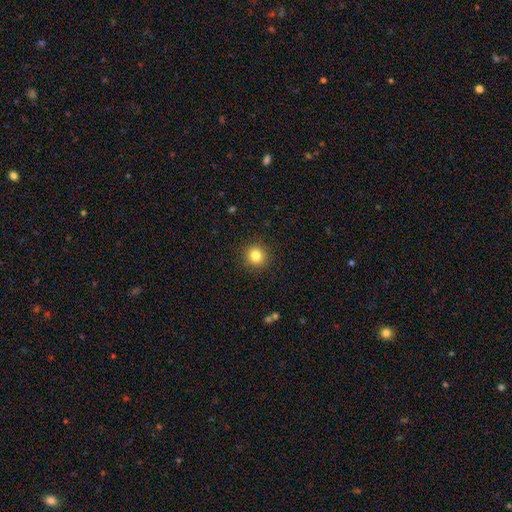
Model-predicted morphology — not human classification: Smooth or featured?
  - smooth: 83% *
  - star or artifact: 12%
  - featured or disk: 6%
How rounded?
  - round: 93% *
  - in between: 6%
  - cigar-shaped: 1%
Merging?
  - none: 91% *
  - minor disturbance: 6%
  - major disturbance: 2%
  - merger: 1%